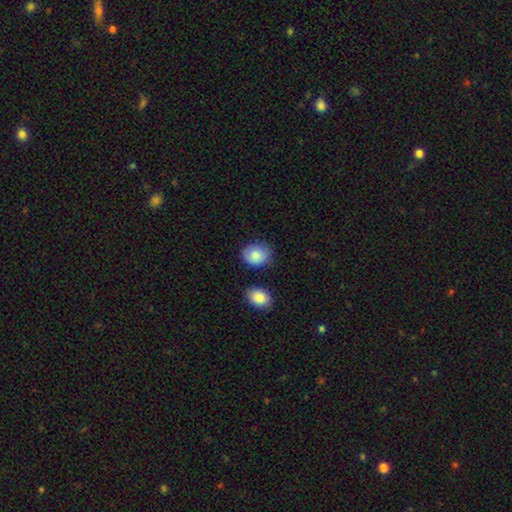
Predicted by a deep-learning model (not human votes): Morphology: type=smooth (84%); roundness=round (58%); merging=none (76%).